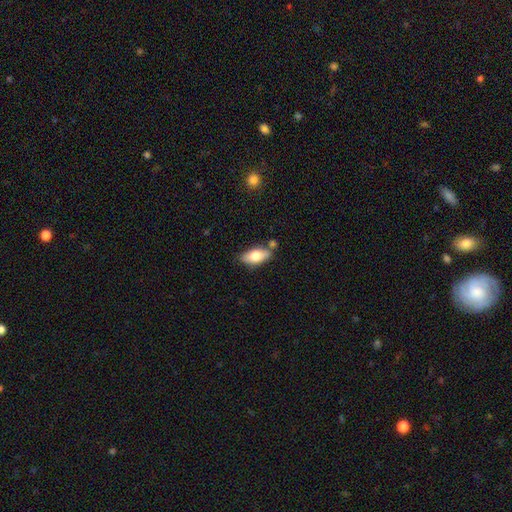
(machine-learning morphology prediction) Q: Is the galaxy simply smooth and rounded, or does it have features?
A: smooth — 73%.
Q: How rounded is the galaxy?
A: in between — 87%.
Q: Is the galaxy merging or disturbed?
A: none — 70%.